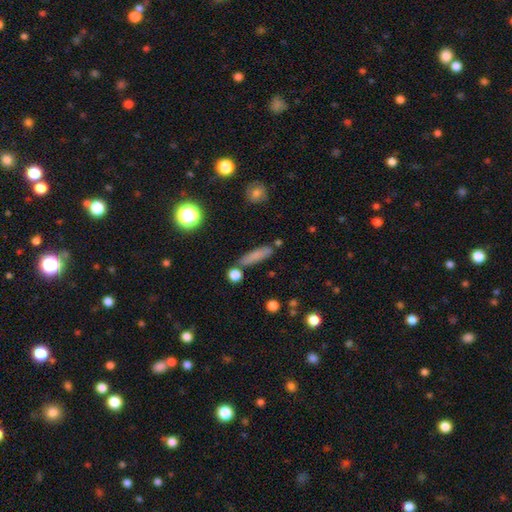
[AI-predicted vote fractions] Q: Smooth or featured?
A: smooth (75%); runner-up: featured or disk (14%)
Q: How rounded?
A: cigar-shaped (73%); runner-up: in between (23%)
Q: Merging?
A: none (78%); runner-up: minor disturbance (12%)